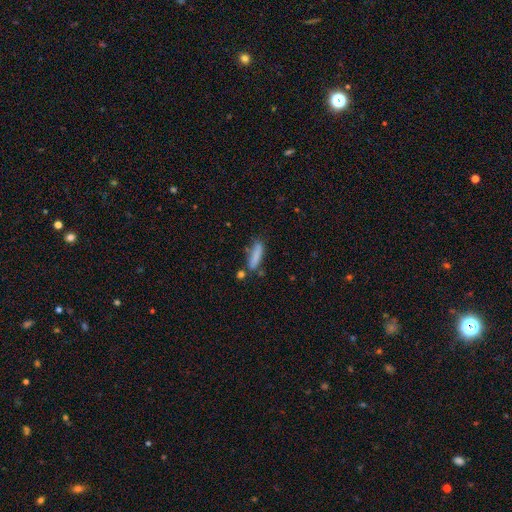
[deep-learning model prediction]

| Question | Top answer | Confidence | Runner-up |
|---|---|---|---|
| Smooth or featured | smooth | 82% | featured or disk (10%) |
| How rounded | cigar-shaped | 73% | in between (25%) |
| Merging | none | 65% | minor disturbance (19%) |